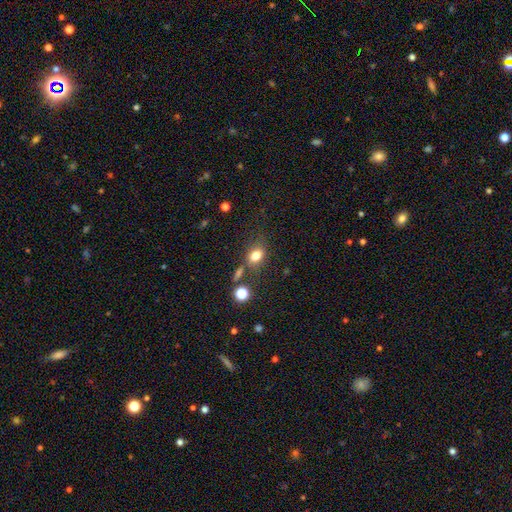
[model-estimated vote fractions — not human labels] Smooth or featured? Predicted: smooth (p=0.76). How rounded? Predicted: in between (p=0.65). Merging? Predicted: none (p=0.62).